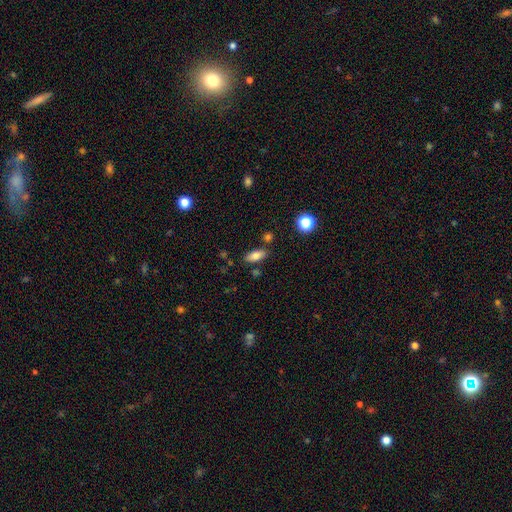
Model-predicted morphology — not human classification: smooth 79%, featured or disk 12%, star or artifact 9%. Down the decision tree: how rounded — in between (84%); merging — none (79%).